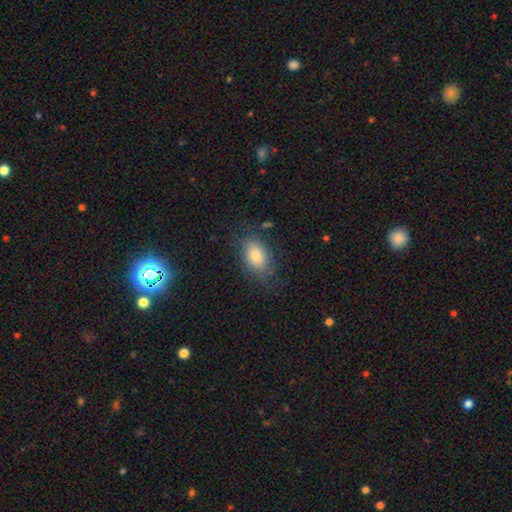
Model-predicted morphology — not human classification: A smooth galaxy with no disk features (76%) that is in between round and cigar-shaped (86%).

Vote fractions:
- Smooth or featured? smooth: 76% / featured or disk: 15% / star or artifact: 9%
- How rounded? in between: 86% / round: 12% / cigar-shaped: 2%
- Merging? none: 70% / minor disturbance: 20% / major disturbance: 8% / merger: 2%